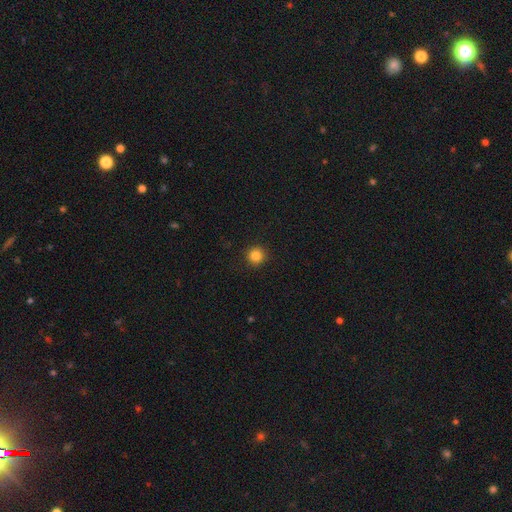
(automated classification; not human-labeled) Q: Smooth or featured?
A: smooth (84%); runner-up: star or artifact (12%)
Q: How rounded?
A: round (95%); runner-up: in between (4%)
Q: Merging?
A: none (93%); runner-up: minor disturbance (5%)